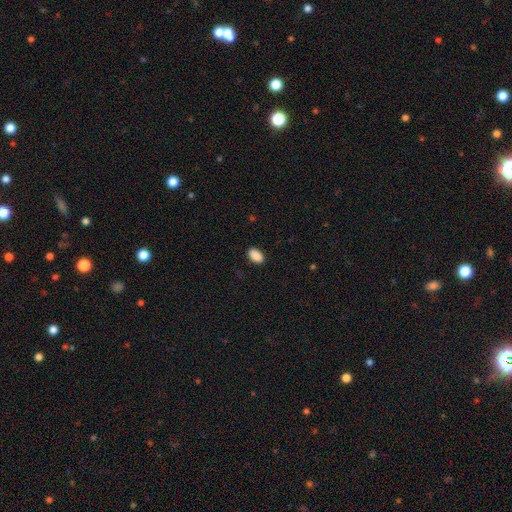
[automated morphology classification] The model was most divided on "merging": none: 87%, minor disturbance: 10%, major disturbance: 2%, merger: 1%. More confident: how rounded — in between (92%); smooth or featured — smooth (90%).